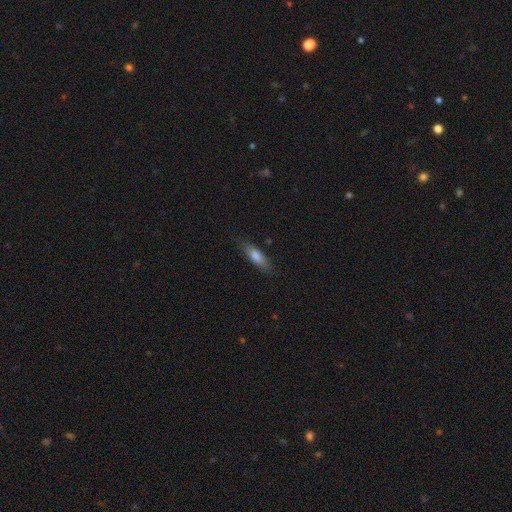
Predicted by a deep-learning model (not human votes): Overall: smooth (70%). How rounded: cigar-shaped (59%; in between 39%). Merging: none (82%).